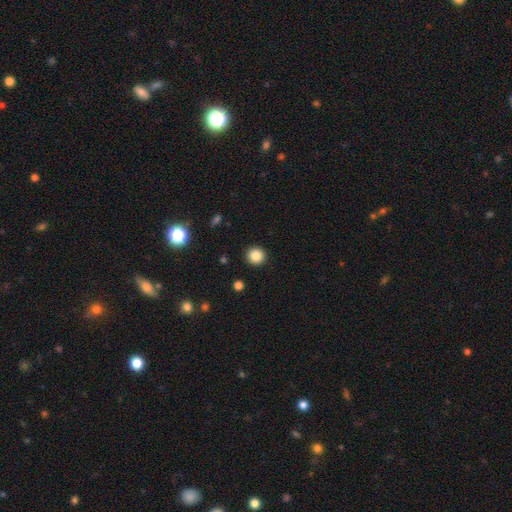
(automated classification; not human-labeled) Smooth or featured? smooth (85%)
How rounded? round (94%)
Merging? none (93%)